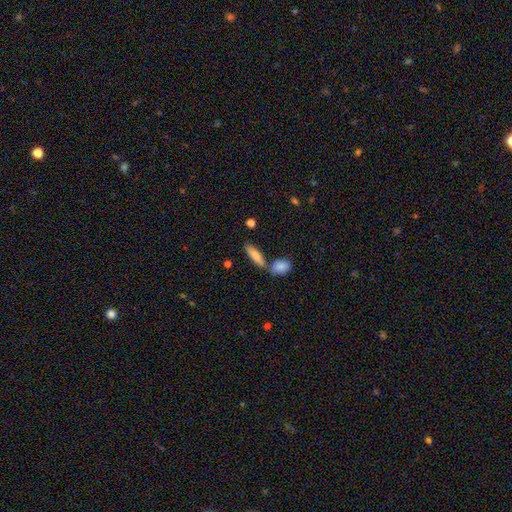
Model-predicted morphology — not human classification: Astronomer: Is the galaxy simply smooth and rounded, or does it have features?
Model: smooth — 81%.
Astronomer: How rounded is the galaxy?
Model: cigar-shaped — 57% (runner-up: in between, 41%).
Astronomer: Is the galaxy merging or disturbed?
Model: none — 63%.